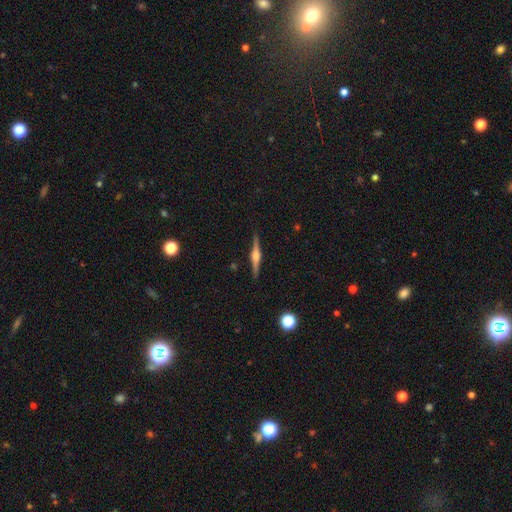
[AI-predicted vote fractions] A featured or disk galaxy (80%) viewed edge-on (98%) with a rounded central bulge (88%). Merging: none (91%).